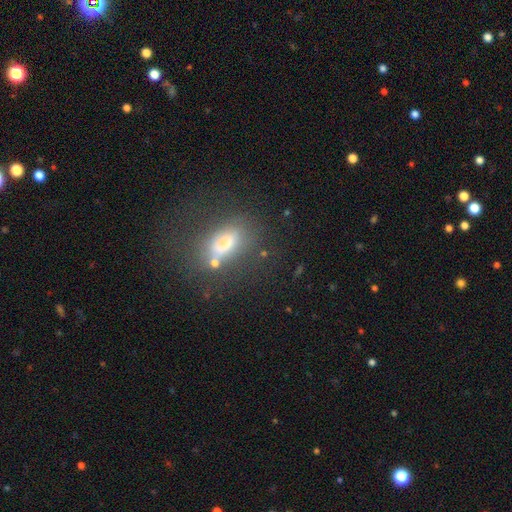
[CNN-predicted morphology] smooth_or_featured: smooth (p=0.54) [alt: star or artifact p=0.24]
how_rounded: in between (p=0.71) [alt: round p=0.20]
merging: none (p=0.59) [alt: merger p=0.17]